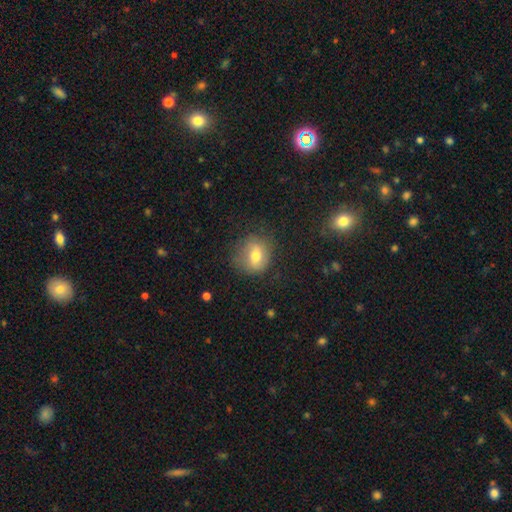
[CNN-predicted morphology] A smooth galaxy with no disk features (69%) that is round (62%). Merging: none (72%).